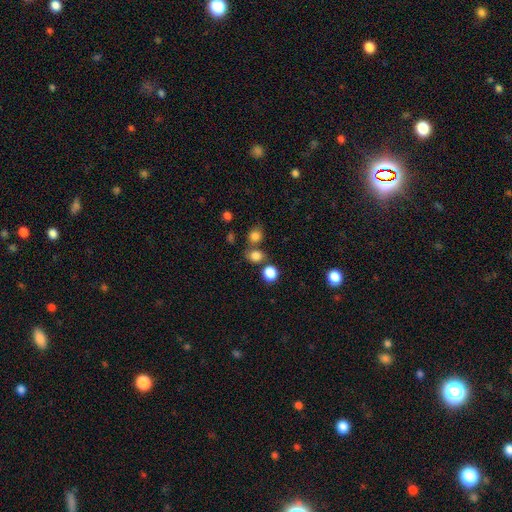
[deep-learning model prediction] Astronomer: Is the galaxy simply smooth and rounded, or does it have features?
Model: smooth — 80%.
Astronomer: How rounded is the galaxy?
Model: round — 71%.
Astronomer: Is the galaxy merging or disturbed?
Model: none — 64%.